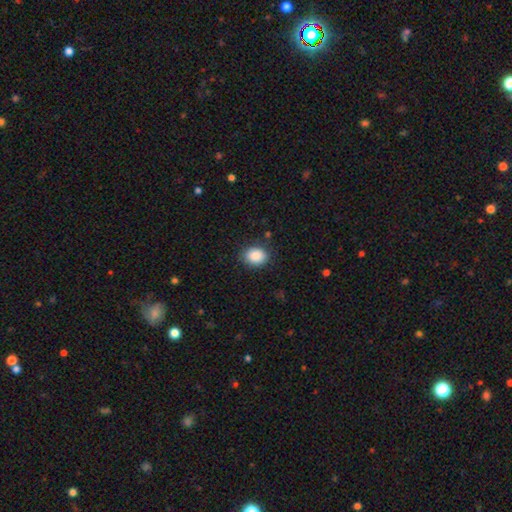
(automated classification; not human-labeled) This is clearly a smooth galaxy (88%). How rounded: possibly in between (54%). Merging: clearly none (86%).